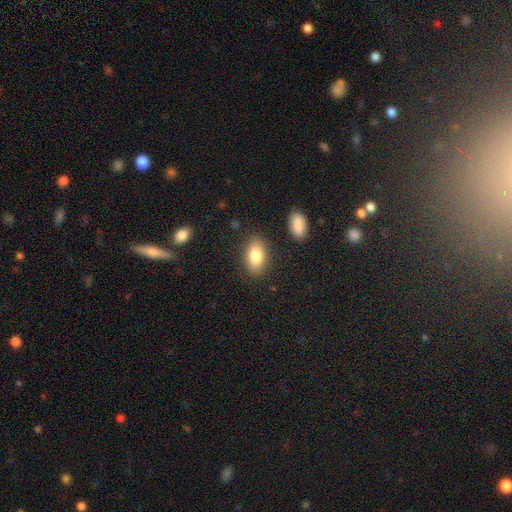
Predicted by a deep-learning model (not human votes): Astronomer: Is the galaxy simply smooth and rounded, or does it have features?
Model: smooth — 82%.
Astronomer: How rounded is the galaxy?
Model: in between — 91%.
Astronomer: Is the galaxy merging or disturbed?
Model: none — 84%.